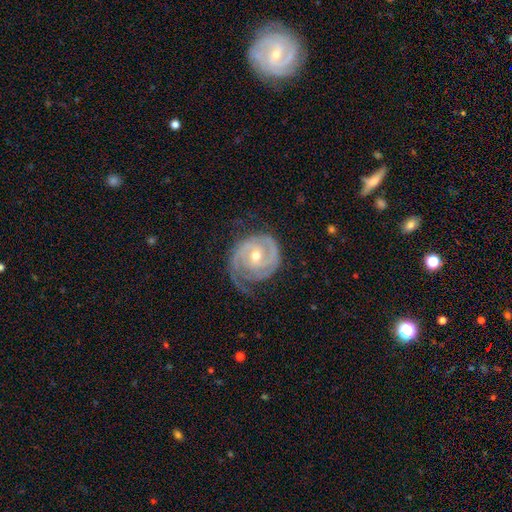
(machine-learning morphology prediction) A featured or disk galaxy (89%) with no bar (62%), 2 (47%) tight (69%) spiral arms (96%) and a moderate central bulge (59%). Merging: none (59%).